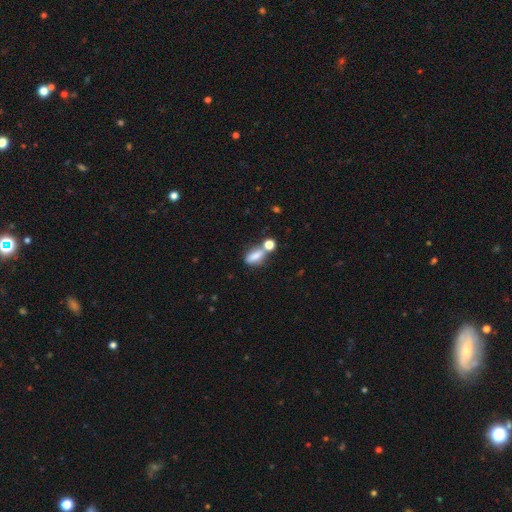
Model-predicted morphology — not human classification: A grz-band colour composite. It shows a smooth galaxy with no disk features (78%) that is in between round and cigar-shaped (74%). Merging: none (41%).